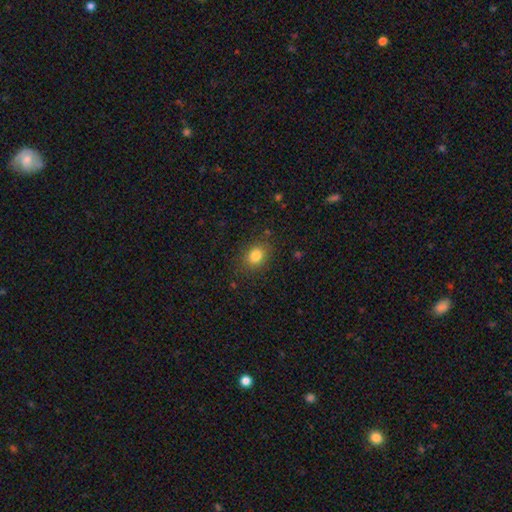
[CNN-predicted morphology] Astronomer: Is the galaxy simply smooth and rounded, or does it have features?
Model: smooth — 82%.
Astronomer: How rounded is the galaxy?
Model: round — 51% (runner-up: in between, 48%).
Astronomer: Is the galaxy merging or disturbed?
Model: none — 85%.